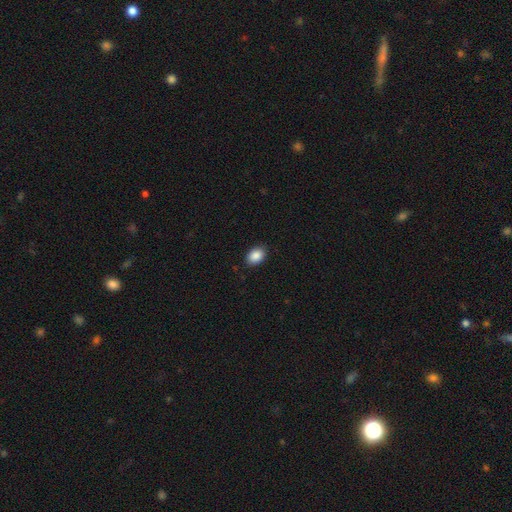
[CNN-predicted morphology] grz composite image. It shows a smooth galaxy with no disk features (89%) that is in between round and cigar-shaped (75%). Merging: none (87%).